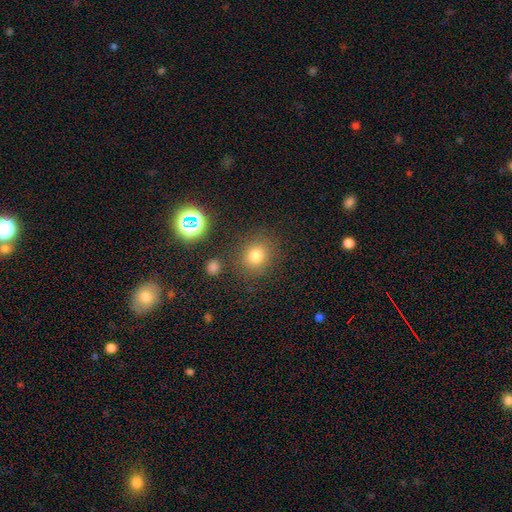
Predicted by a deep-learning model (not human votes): smooth 76%, star or artifact 17%, featured or disk 7%. Down the decision tree: how rounded — round (81%); merging — none (82%).